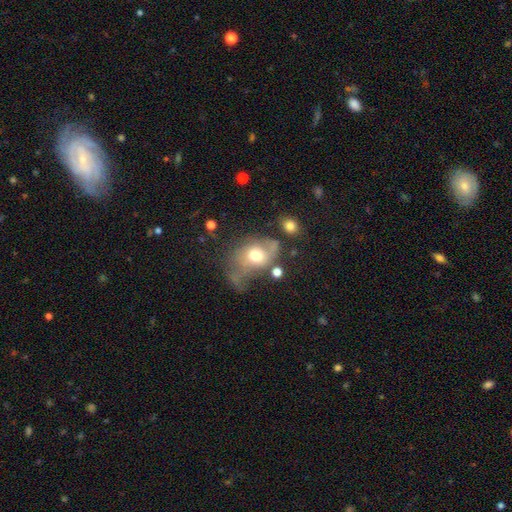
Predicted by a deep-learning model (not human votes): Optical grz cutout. It shows a smooth galaxy with no disk features (52%) that is in between round and cigar-shaped (66%). Merging: major disturbance (47%).